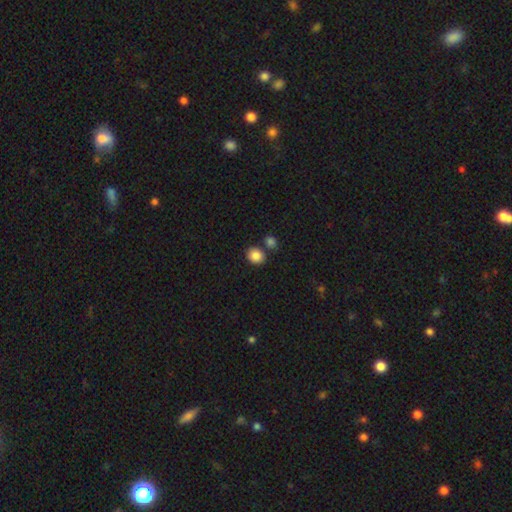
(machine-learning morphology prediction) Smooth or featured? smooth (86%)
How rounded? round (64%)
Merging? none (73%)